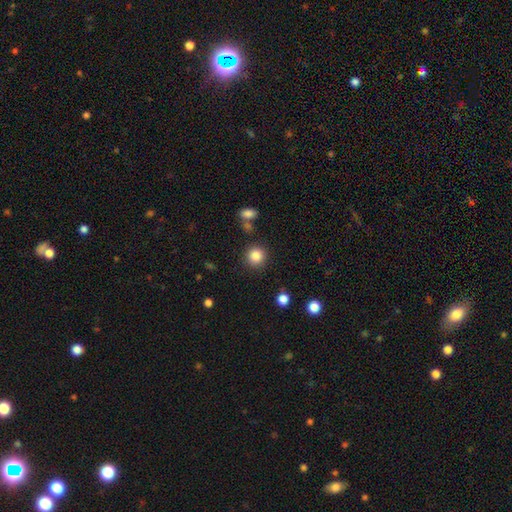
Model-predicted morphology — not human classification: Smooth or featured: smooth — 85% (star or artifact — 10%)
How rounded: round — 92% (in between — 7%)
Merging: none — 86% (minor disturbance — 7%)